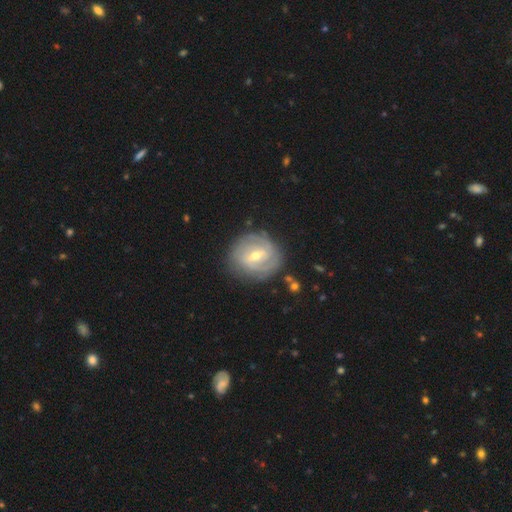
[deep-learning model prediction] smooth-or-featured: featured or disk: 79% | smooth: 15% | star or artifact: 6%
  disk-edge-on: no: 97% | yes: 3%
    bar: weak: 57% | strong: 22% | no: 21%
    has-spiral-arms: yes: 91% | no: 9%
      spiral-winding: tight: 69% | medium: 24% | loose: 7%
      spiral-arm-count: 2: 33% (tied) | can't tell: 33% (tied) | 3: 19% | 4: 7% | 1: 4% | more than 4: 4%
    bulge-size: moderate: 56% | small: 40% | large: 2% | none: 1% | dominant: 1%
  merging: none: 79% | minor disturbance: 14% | major disturbance: 5% | merger: 2%